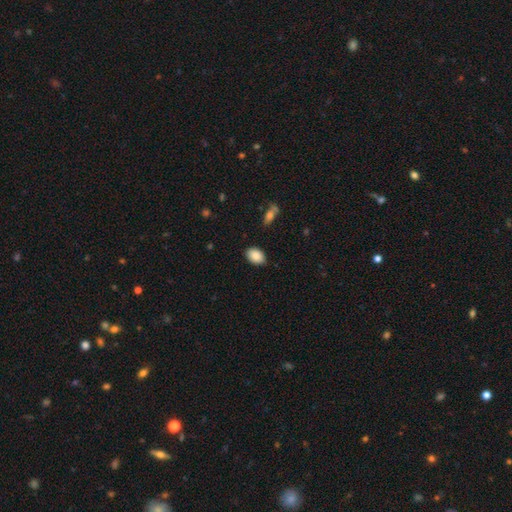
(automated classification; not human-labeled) This is clearly a smooth galaxy (88%). How rounded: clearly in between (84%). Merging: clearly none (85%).